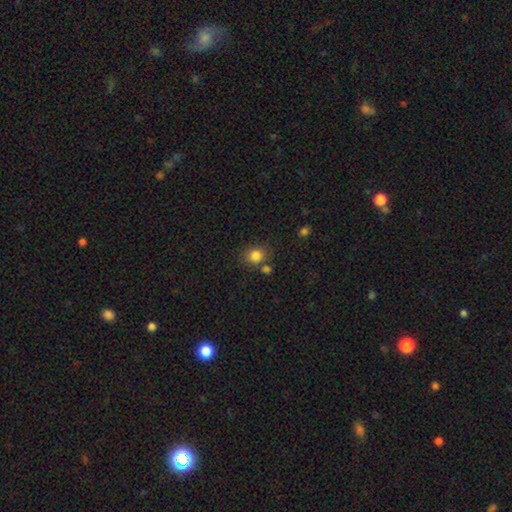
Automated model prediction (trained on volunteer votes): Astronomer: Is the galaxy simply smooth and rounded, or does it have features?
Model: smooth — 83%.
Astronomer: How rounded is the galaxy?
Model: round — 70%.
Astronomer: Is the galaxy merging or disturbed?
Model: none — 71%.